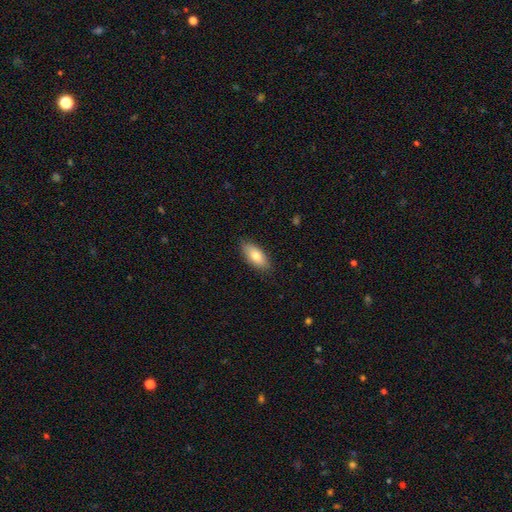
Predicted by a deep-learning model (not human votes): Smooth or featured? smooth (78%)
How rounded? in between (88%)
Merging? none (87%)